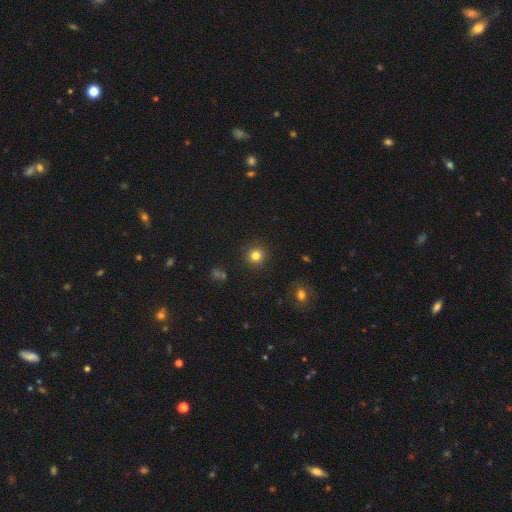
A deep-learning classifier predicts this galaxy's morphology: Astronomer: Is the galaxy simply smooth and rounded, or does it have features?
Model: smooth — 81%.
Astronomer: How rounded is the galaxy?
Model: round — 93%.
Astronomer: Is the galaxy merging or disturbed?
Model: none — 91%.